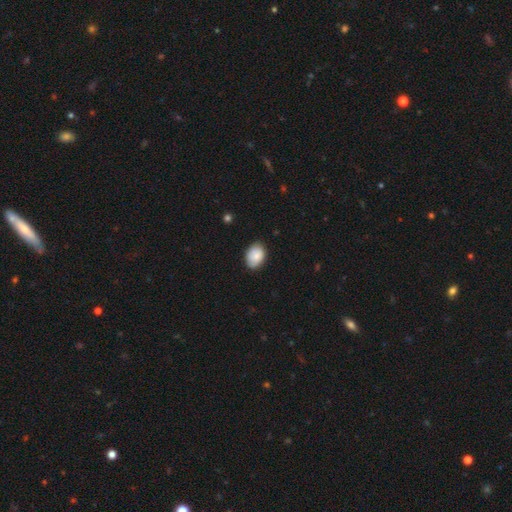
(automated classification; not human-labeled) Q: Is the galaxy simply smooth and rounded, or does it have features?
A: smooth — 82%.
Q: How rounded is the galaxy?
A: in between — 77%.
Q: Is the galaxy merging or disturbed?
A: none — 79%.